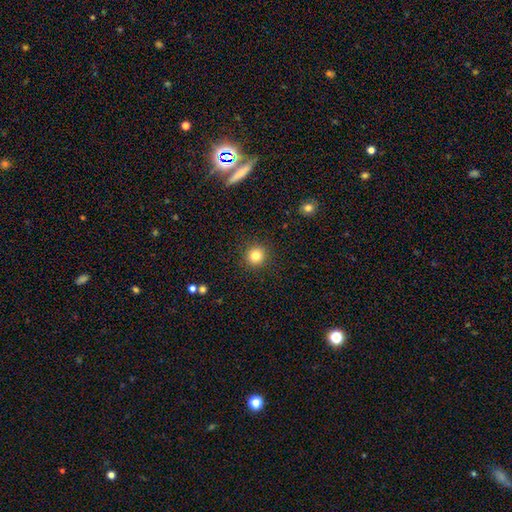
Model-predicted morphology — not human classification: Overall: smooth (82%). How rounded: round (93%). Merging: none (91%).